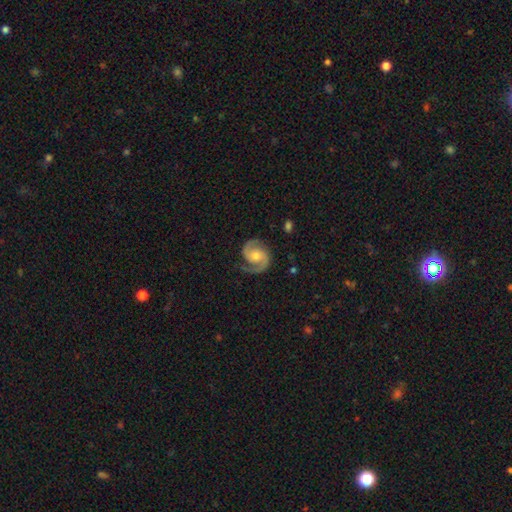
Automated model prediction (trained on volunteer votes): This is clearly a featured or disk galaxy (91%). It is clearly not viewed edge-on (98%). Bar: likely no (60%). Spiral arm pattern: clearly yes (98%). Spiral arm count: clearly 2 (93%). Spiral winding: possibly medium (55%). Central bulge: possibly moderate (56%). Merging: clearly none (82%).